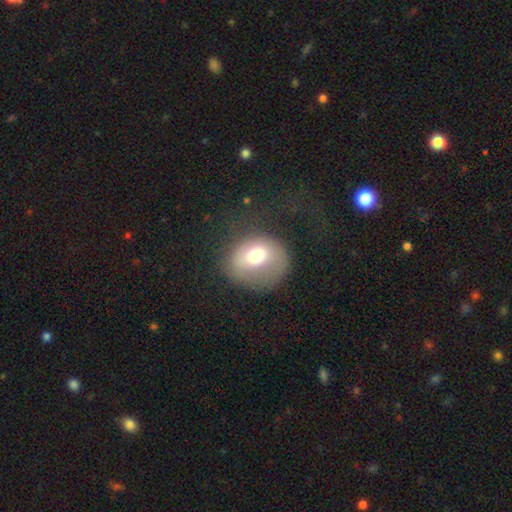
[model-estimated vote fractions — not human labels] Q: Smooth or featured?
A: smooth (67%); runner-up: featured or disk (22%)
Q: How rounded?
A: round (63%); runner-up: in between (36%)
Q: Merging?
A: none (44%); runner-up: major disturbance (29%)